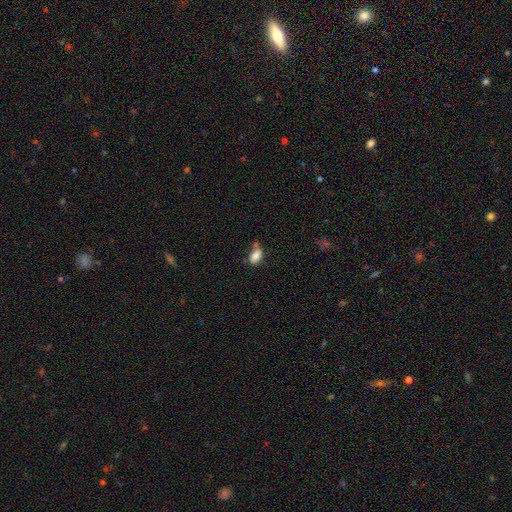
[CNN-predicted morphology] A smooth galaxy with no disk features (78%) that is in between round and cigar-shaped (87%).

Vote fractions:
- Smooth or featured? smooth: 78% / featured or disk: 13% / star or artifact: 9%
- How rounded? in between: 87% / round: 10% / cigar-shaped: 3%
- Merging? none: 43% / minor disturbance: 28% / merger: 19% / major disturbance: 10%